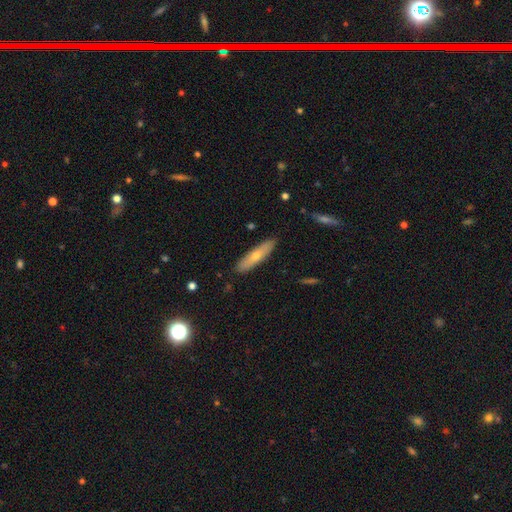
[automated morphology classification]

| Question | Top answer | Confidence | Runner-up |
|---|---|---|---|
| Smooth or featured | smooth | 53% | featured or disk (39%) |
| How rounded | cigar-shaped | 80% | in between (18%) |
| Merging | none | 88% | minor disturbance (9%) |